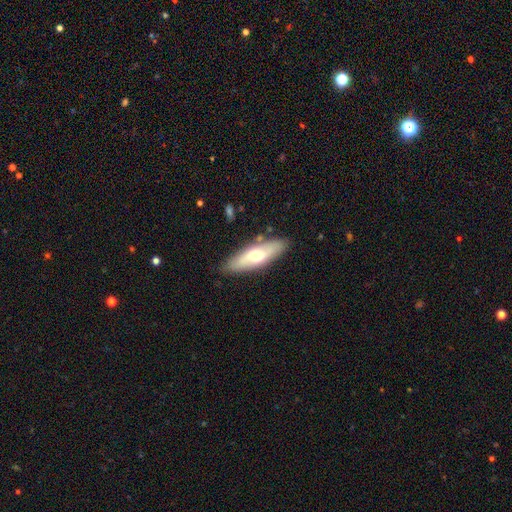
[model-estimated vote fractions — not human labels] smooth-or-featured: smooth: 55% | featured or disk: 39% | star or artifact: 6%
  how-rounded: in between: 56% | cigar-shaped: 42% | round: 2%
  merging: none: 83% | minor disturbance: 12% | major disturbance: 3% | merger: 2%